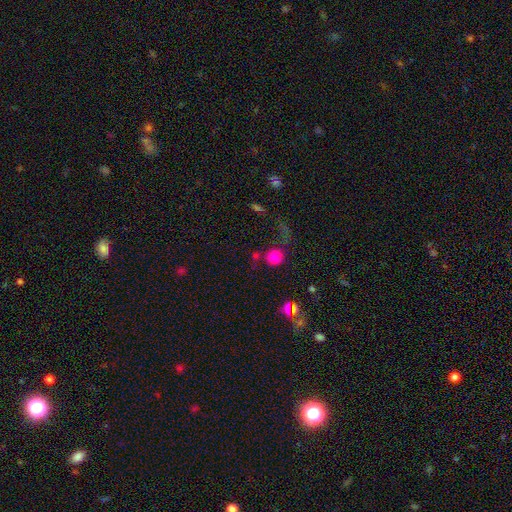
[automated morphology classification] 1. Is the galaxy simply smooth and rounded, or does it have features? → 71% smooth, 20% star or artifact, 9% featured or disk.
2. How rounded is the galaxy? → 89% round, 10% in between, 2% cigar-shaped.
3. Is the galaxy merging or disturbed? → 56% none, 17% merger, 14% major disturbance, 13% minor disturbance.